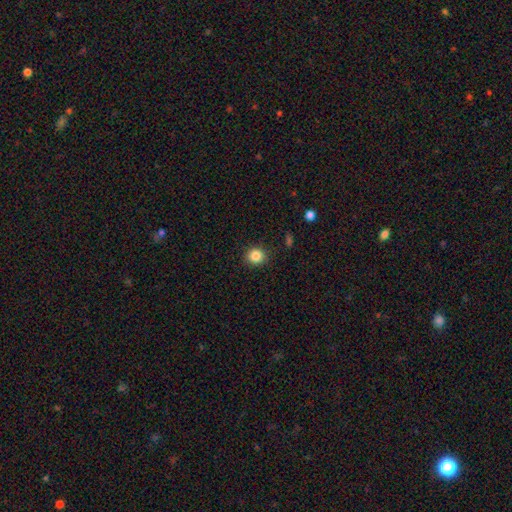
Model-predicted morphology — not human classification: The model was most divided on "smooth or featured": smooth: 85%, star or artifact: 10%, featured or disk: 5%. More confident: merging — none (89%); how rounded — round (88%).